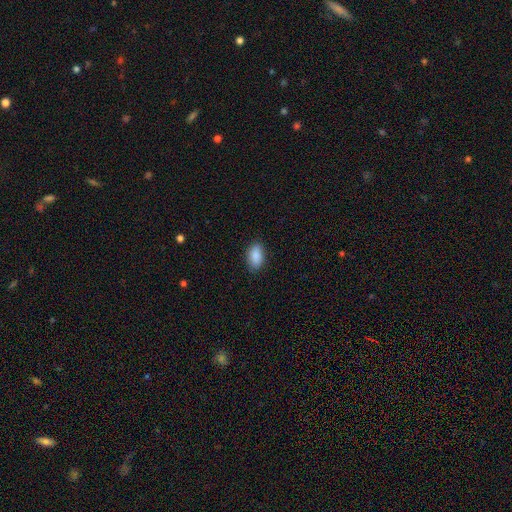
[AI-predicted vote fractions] Smooth or featured: smooth — 89% (star or artifact — 7%)
How rounded: in between — 92% (round — 5%)
Merging: none — 86% (minor disturbance — 10%)